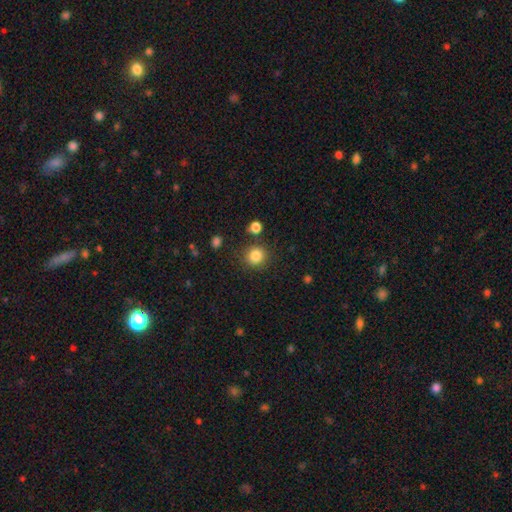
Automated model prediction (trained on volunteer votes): Smooth or featured? smooth (84%)
How rounded? round (90%)
Merging? none (84%)